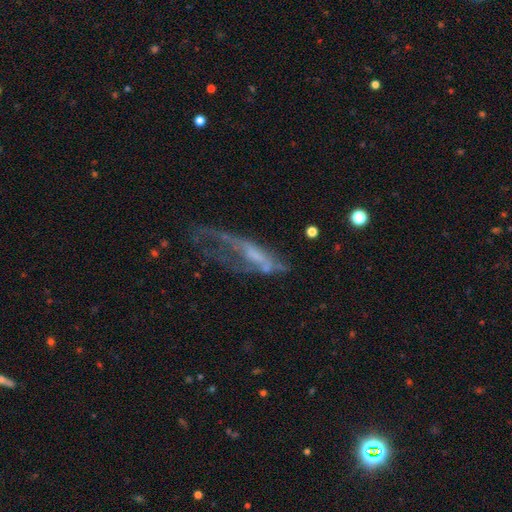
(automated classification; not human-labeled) A featured or disk galaxy (60%). Merging: major disturbance (50%).